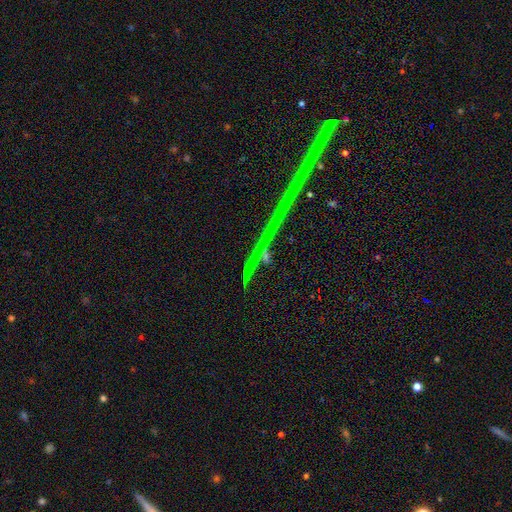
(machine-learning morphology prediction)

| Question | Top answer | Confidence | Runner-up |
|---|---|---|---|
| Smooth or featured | star or artifact | 78% | featured or disk (13%) |